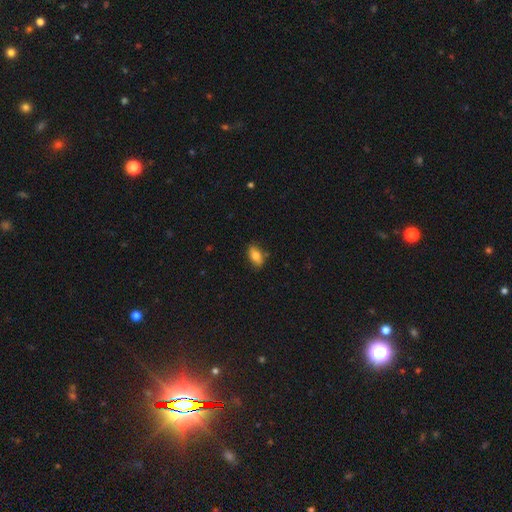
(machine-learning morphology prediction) smooth_or_featured: smooth (p=0.82) [alt: featured or disk p=0.11]
how_rounded: in between (p=0.90) [alt: cigar-shaped p=0.06]
merging: none (p=0.80) [alt: minor disturbance p=0.15]